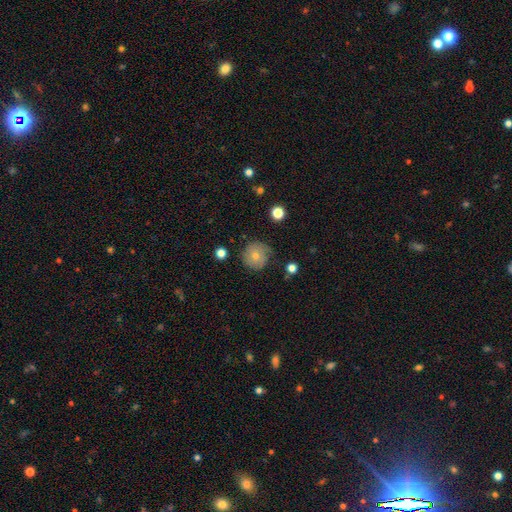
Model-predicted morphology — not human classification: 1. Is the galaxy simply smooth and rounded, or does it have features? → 63% smooth, 28% featured or disk, 9% star or artifact.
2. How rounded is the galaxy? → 93% round, 6% in between, 1% cigar-shaped.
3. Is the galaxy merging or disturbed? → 71% none, 21% minor disturbance, 6% major disturbance, 2% merger.